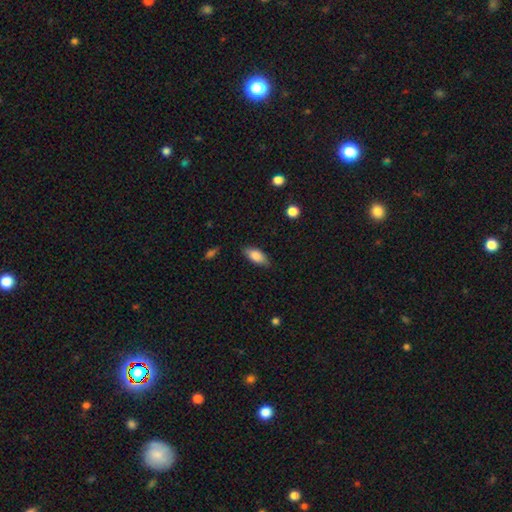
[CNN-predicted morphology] A smooth galaxy with no disk features (81%) that is in between round and cigar-shaped (83%).

Vote fractions:
- Smooth or featured? smooth: 81% / featured or disk: 13% / star or artifact: 7%
- How rounded? in between: 83% / cigar-shaped: 14% / round: 3%
- Merging? none: 82% / minor disturbance: 14% / major disturbance: 3% / merger: 1%